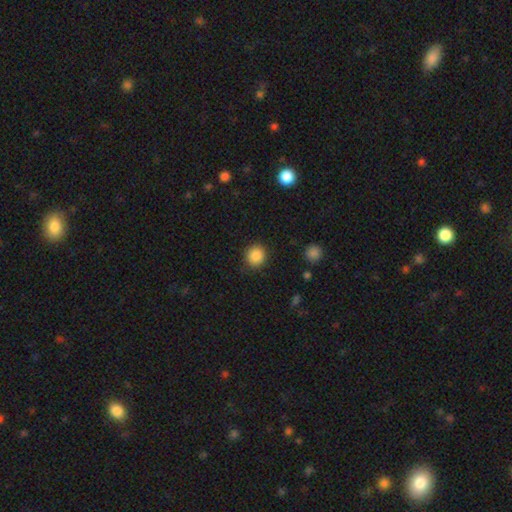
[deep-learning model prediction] This appears to be a smooth galaxy with no disk features (87%) that is round (89%). Merging: none (89%).